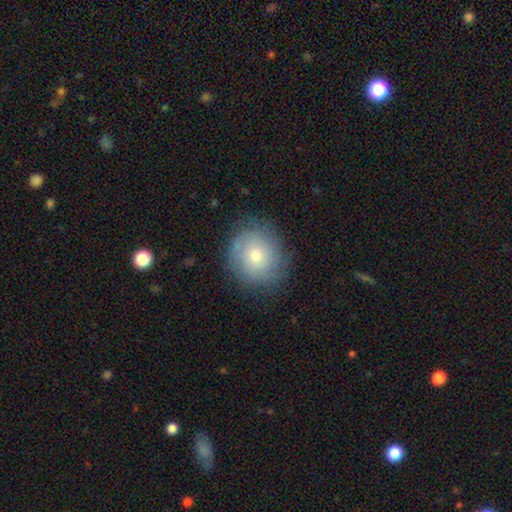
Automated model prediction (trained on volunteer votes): smooth 64%, featured or disk 27%, star or artifact 9%. Down the decision tree: how rounded — round (80%); merging — none (81%).